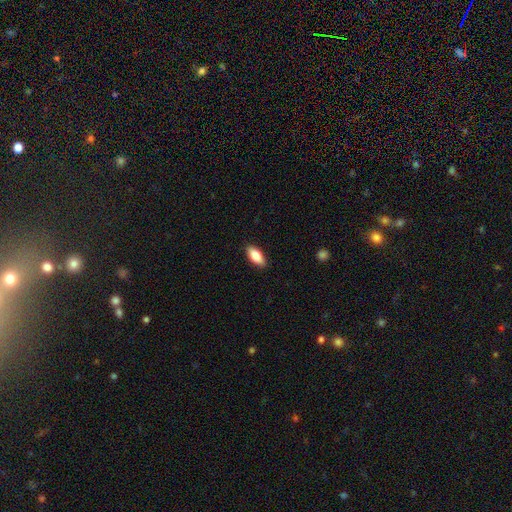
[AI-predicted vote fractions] Smooth or featured: smooth — 83% (featured or disk — 11%)
How rounded: in between — 86% (cigar-shaped — 12%)
Merging: none — 88% (minor disturbance — 9%)